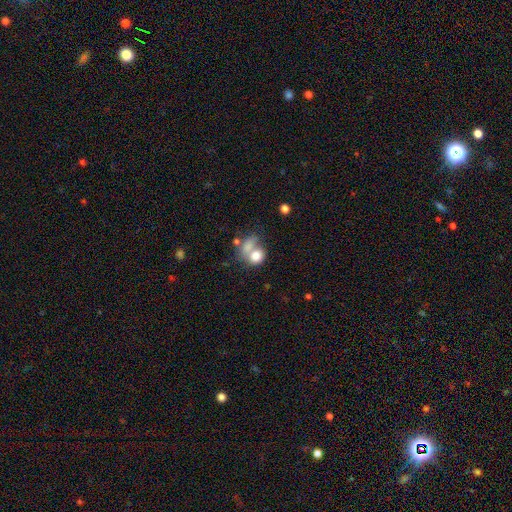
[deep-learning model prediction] This is likely a smooth galaxy (74%). How rounded: possibly in between (50%). Merging: possibly merger (52%).